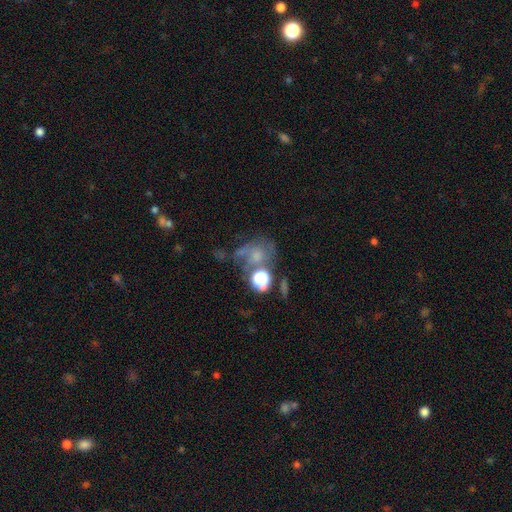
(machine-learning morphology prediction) A smooth galaxy with no disk features (43%). Merging: none (34%).